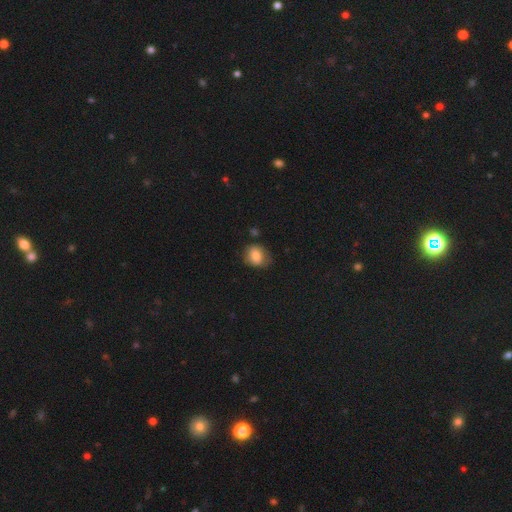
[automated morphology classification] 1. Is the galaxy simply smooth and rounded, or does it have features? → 76% smooth, 16% featured or disk, 9% star or artifact.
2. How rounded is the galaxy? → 58% round, 41% in between, 1% cigar-shaped.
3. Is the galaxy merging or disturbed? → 65% none, 25% minor disturbance, 8% major disturbance, 3% merger.